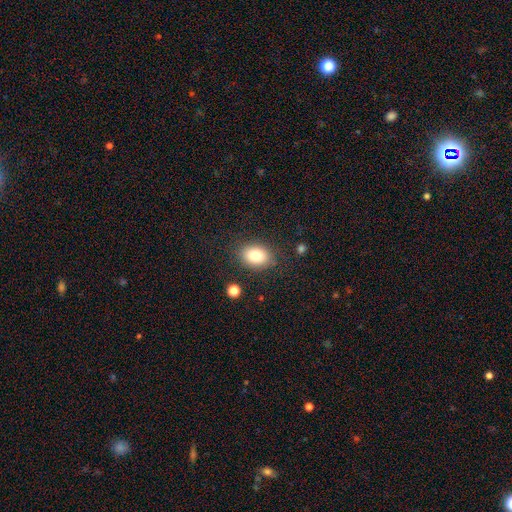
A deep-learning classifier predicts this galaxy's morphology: Q: Smooth or featured?
A: smooth (81%); runner-up: featured or disk (10%)
Q: How rounded?
A: in between (73%); runner-up: round (26%)
Q: Merging?
A: none (83%); runner-up: minor disturbance (11%)